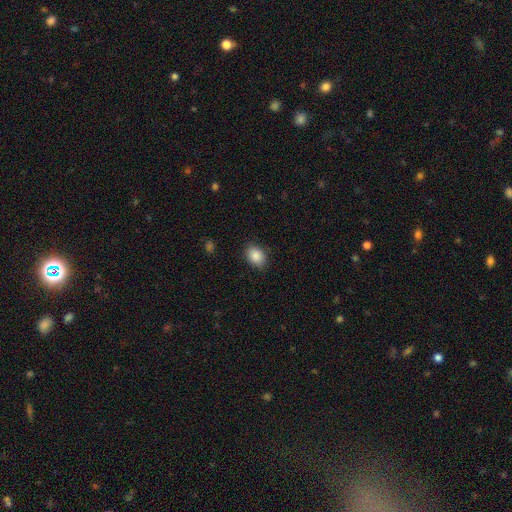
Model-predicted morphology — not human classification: Overall: smooth (88%). How rounded: in between (68%; round 31%). Merging: none (85%).